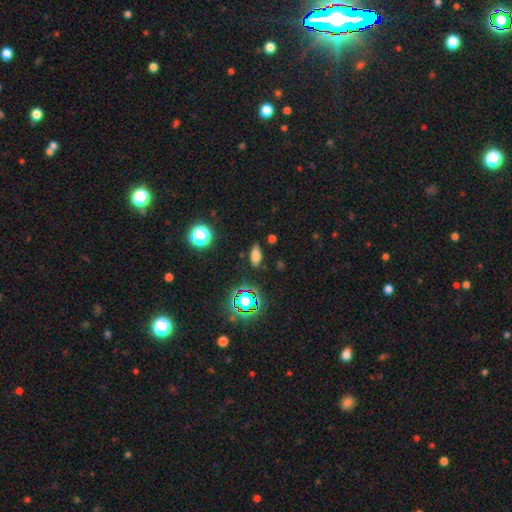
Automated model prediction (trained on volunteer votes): Overall: smooth (71%). How rounded: in between (76%). Merging: none (84%).